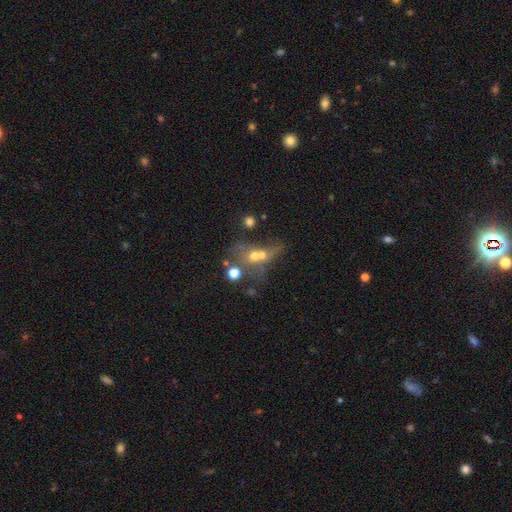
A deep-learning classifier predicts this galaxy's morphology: type=smooth (43%); merging=merger (59%).